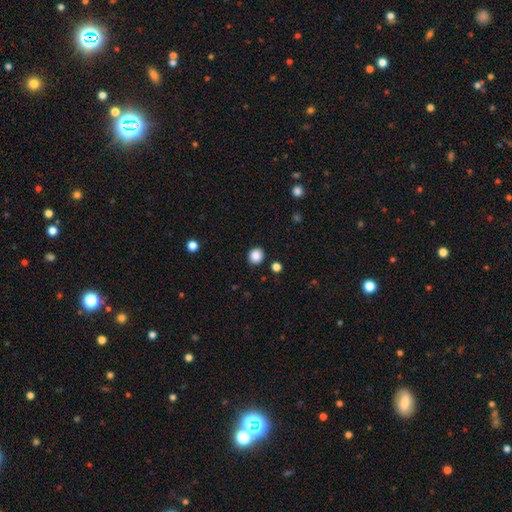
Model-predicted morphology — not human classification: A smooth galaxy with no disk features (87%) that is round (88%).

Vote fractions:
- Smooth or featured? smooth: 87% / star or artifact: 10% / featured or disk: 3%
- How rounded? round: 88% / in between: 11% / cigar-shaped: 1%
- Merging? none: 91% / minor disturbance: 6% / major disturbance: 2% / merger: 2%